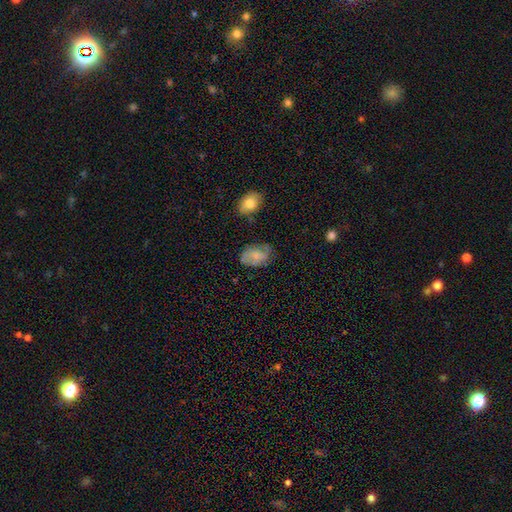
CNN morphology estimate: Smooth or featured? smooth (65%)
How rounded? in between (86%)
Merging? none (60%)